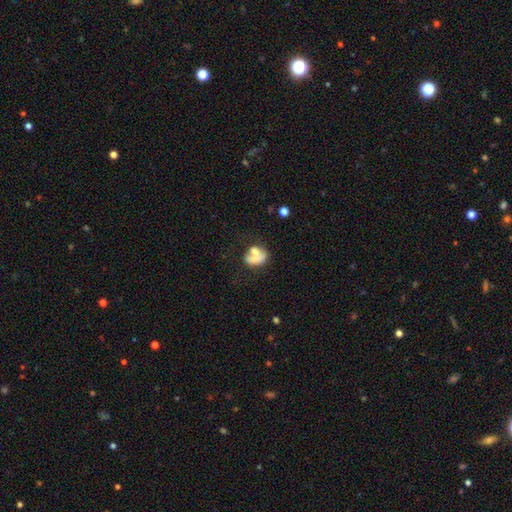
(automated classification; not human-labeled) smooth_or_featured: smooth (p=0.59) [alt: featured or disk p=0.31]
how_rounded: in between (p=0.67) [alt: round p=0.30]
merging: merger (p=0.42) [alt: none p=0.30]